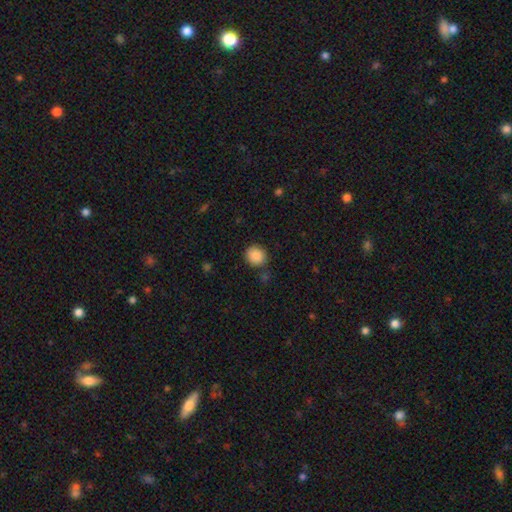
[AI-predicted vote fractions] The model was most divided on "how rounded": round: 84%, in between: 15%, cigar-shaped: 1%. More confident: smooth or featured — smooth (88%); merging — none (83%).